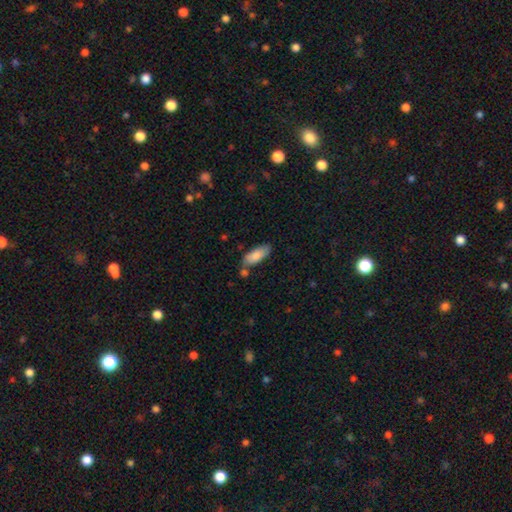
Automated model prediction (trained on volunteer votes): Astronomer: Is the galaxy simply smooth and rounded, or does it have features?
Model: smooth — 82%.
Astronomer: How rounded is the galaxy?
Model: in between — 76%.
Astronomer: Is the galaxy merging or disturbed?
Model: none — 68%.